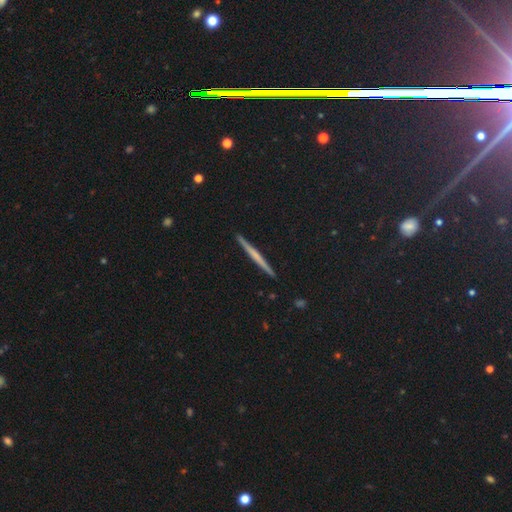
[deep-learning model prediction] A featured or disk galaxy (50%) viewed edge-on (98%).

Vote fractions:
- Smooth or featured? featured or disk: 50% / smooth: 42% / star or artifact: 8%
- Edge-on disk? yes: 98% / no: 2%
- Merging? none: 93% / minor disturbance: 5% / major disturbance: 1% / merger: 1%